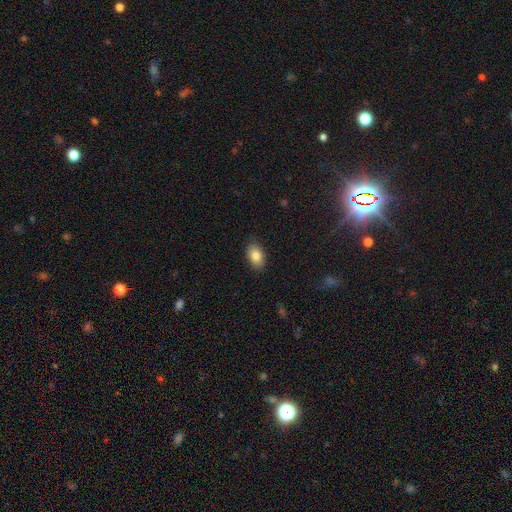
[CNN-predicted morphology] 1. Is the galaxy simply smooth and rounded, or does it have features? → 83% smooth, 9% featured or disk, 8% star or artifact.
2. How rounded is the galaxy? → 88% in between, 11% round, 1% cigar-shaped.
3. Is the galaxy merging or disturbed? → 87% none, 10% minor disturbance, 2% major disturbance, 1% merger.